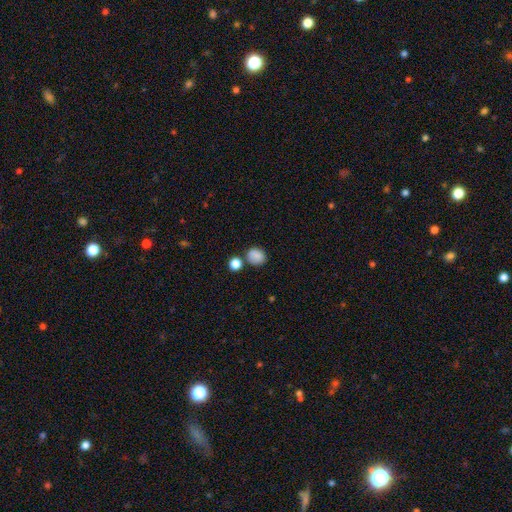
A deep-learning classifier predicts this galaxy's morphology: This appears to be a smooth galaxy with no disk features (85%) that is round (70%). Merging: none (72%).